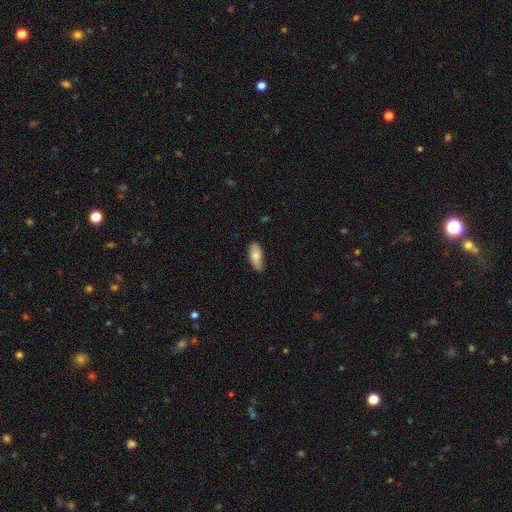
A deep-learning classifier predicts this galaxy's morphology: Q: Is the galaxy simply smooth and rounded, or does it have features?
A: smooth — 79%.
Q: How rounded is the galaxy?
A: in between — 80%.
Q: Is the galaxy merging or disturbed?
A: none — 79%.